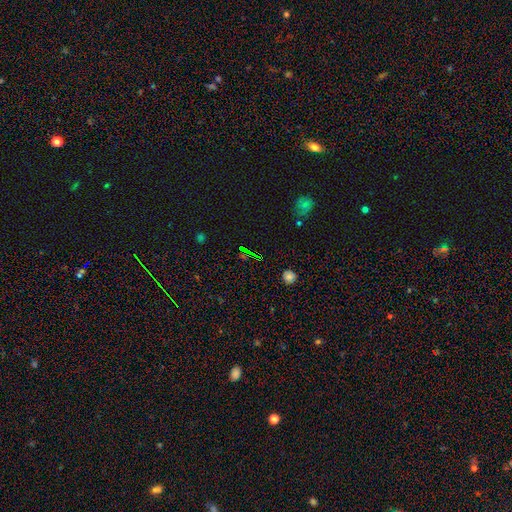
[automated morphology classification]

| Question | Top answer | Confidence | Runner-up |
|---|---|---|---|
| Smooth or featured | star or artifact | 71% | smooth (18%) |